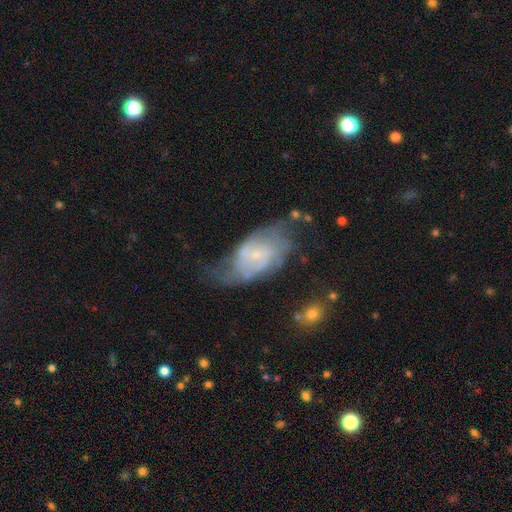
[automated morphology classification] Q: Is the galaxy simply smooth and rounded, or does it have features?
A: featured or disk — 70%.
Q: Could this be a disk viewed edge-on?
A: no — 95%.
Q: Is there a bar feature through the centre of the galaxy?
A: no — 57%.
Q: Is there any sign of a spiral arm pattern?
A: yes — 83%.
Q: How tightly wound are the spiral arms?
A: medium — 43%.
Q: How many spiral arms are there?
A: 2 — 50%.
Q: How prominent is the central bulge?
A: small — 75%.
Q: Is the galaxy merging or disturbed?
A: none — 44%.